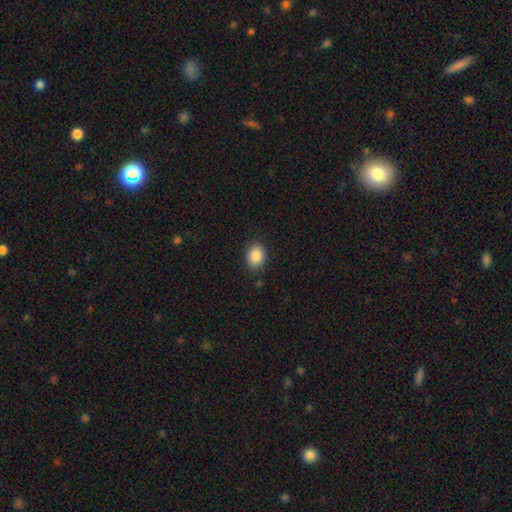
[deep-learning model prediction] Smooth or featured? smooth (88%)
How rounded? in between (57%)
Merging? none (86%)